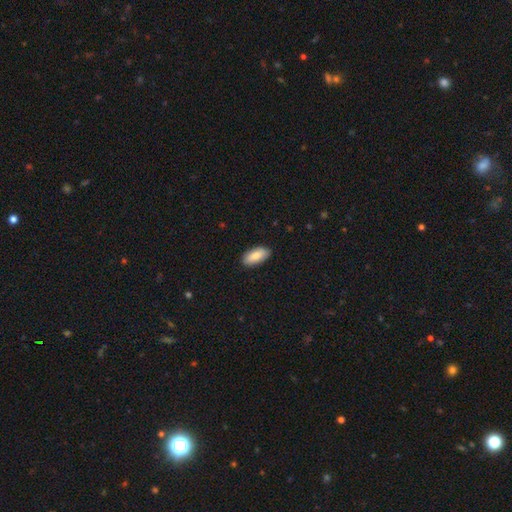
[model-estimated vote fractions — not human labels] A smooth galaxy with no disk features (85%) that is in between round and cigar-shaped (90%).

Vote fractions:
- Smooth or featured? smooth: 85% / featured or disk: 10% / star or artifact: 6%
- How rounded? in between: 90% / cigar-shaped: 8% / round: 2%
- Merging? none: 89% / minor disturbance: 9% / major disturbance: 2% / merger: 1%